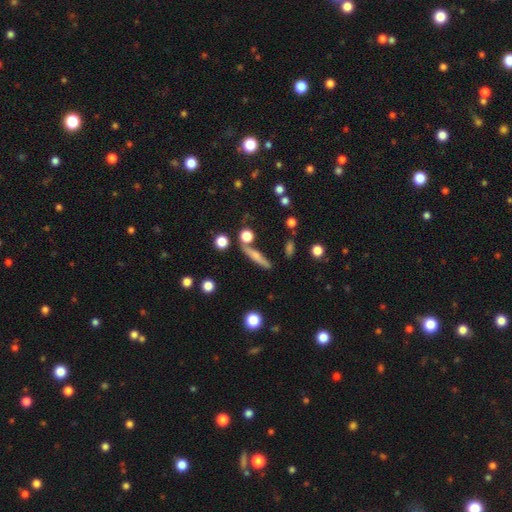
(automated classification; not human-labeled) Morphology: type=smooth (51%); roundness=cigar-shaped (83%); merging=none (74%).